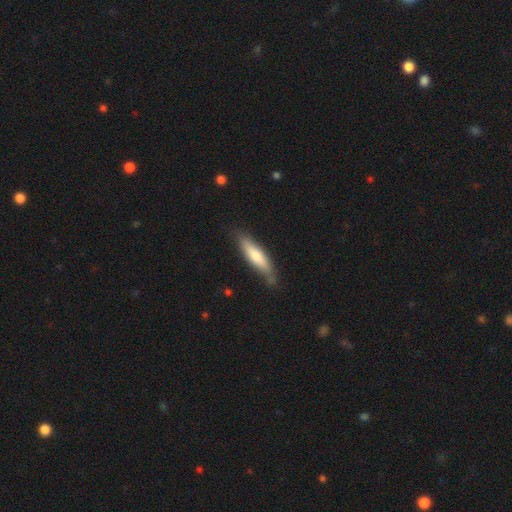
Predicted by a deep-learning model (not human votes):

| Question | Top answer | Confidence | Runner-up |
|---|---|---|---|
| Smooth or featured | smooth | 68% | featured or disk (27%) |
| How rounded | cigar-shaped | 71% | in between (28%) |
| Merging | none | 75% | minor disturbance (19%) |